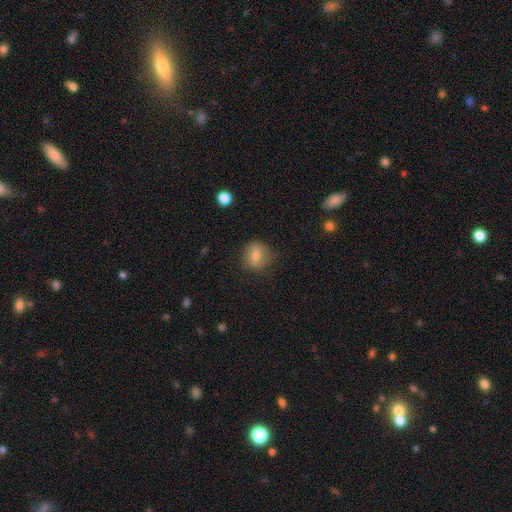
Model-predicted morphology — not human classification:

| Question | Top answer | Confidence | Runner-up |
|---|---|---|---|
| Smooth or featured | smooth | 71% | featured or disk (19%) |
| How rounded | round | 70% | in between (29%) |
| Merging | none | 73% | minor disturbance (19%) |